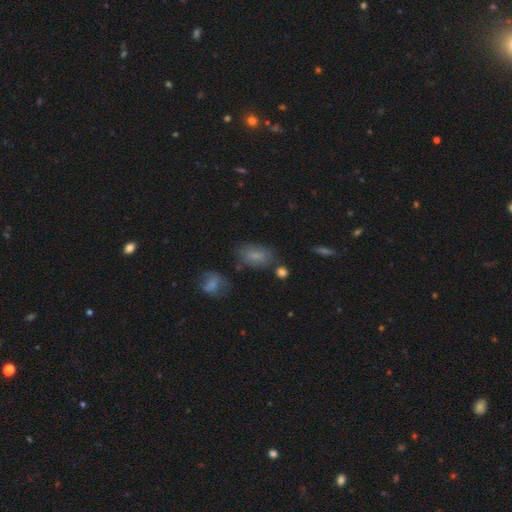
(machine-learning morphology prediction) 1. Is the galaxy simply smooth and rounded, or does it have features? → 74% smooth, 15% featured or disk, 11% star or artifact.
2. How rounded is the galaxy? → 88% in between, 9% round, 3% cigar-shaped.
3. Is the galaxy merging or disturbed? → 67% none, 20% minor disturbance, 7% major disturbance, 6% merger.